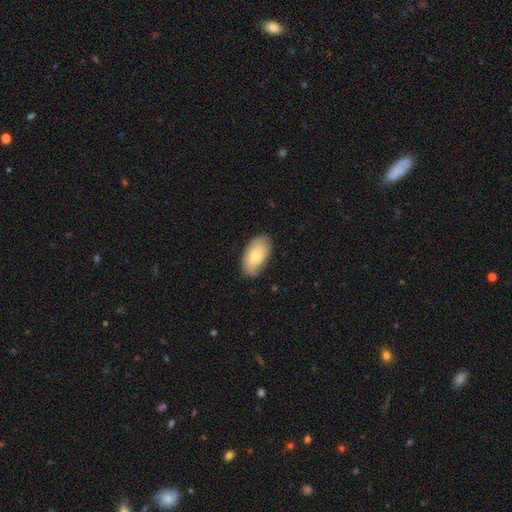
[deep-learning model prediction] This is likely a smooth galaxy (72%). How rounded: clearly in between (94%). Merging: likely none (72%).